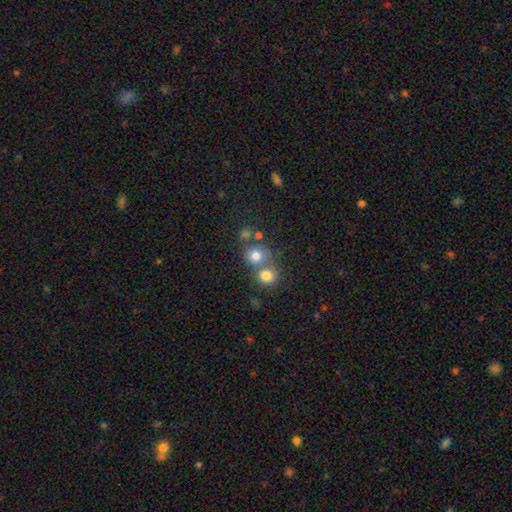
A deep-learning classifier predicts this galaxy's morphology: This appears to be a smooth galaxy with no disk features (76%) that is round (84%). Merging: none (46%).